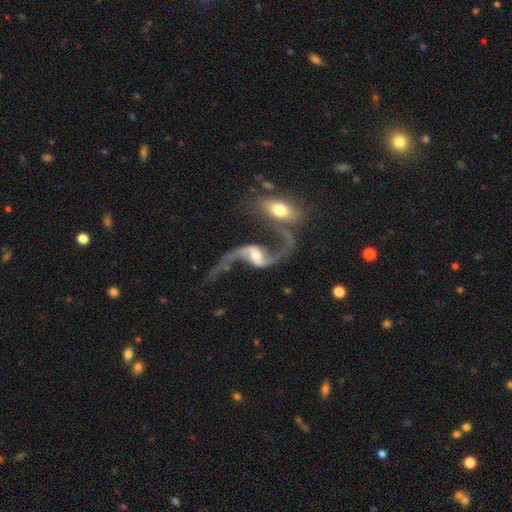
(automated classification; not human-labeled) This appears to be a featured or disk galaxy (91%) with a weak bar (40%), 2 (93%) loose (87%) spiral arms (96%) and a moderate central bulge (60%). Merging: none (44%).